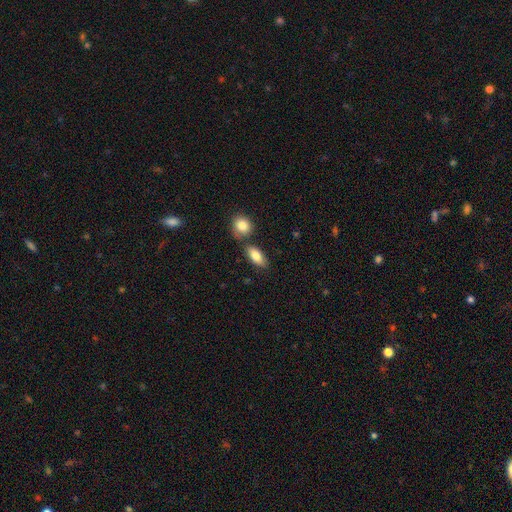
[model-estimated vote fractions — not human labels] smooth 82%, featured or disk 11%, star or artifact 7%. Down the decision tree: how rounded — in between (88%); merging — none (68%).